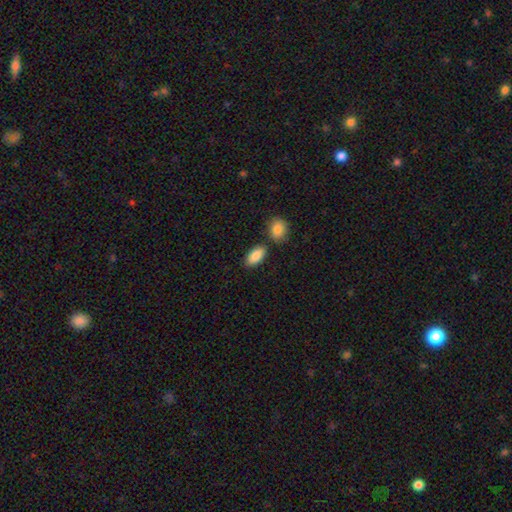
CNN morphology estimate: type=smooth (86%); roundness=in between (92%); merging=none (76%).